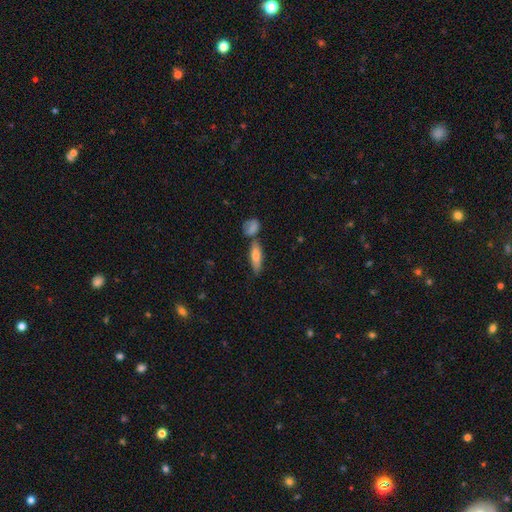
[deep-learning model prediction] Q: Smooth or featured?
A: smooth (68%); runner-up: featured or disk (25%)
Q: How rounded?
A: cigar-shaped (54%); runner-up: in between (44%)
Q: Merging?
A: none (61%); runner-up: merger (19%)